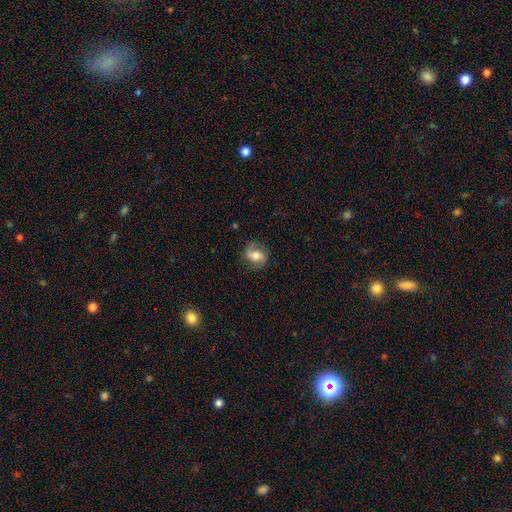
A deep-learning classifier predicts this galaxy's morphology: Q: Smooth or featured?
A: featured or disk (50%); runner-up: smooth (41%)
Q: Edge-on disk?
A: no (96%); runner-up: yes (4%)
Q: Merging?
A: none (78%); runner-up: minor disturbance (15%)